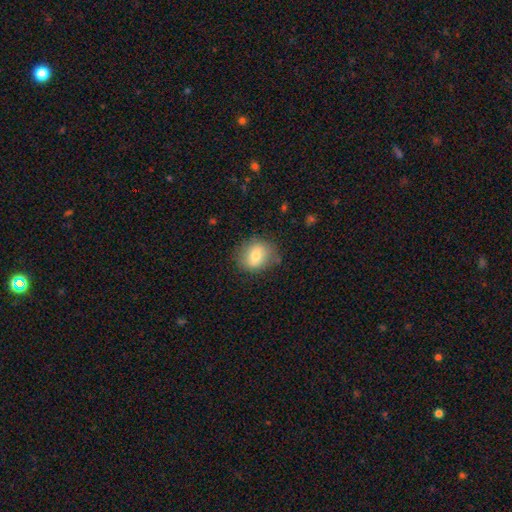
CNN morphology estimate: Smooth or featured: smooth — 74% (featured or disk — 18%)
How rounded: round — 56% (in between — 43%)
Merging: none — 76% (minor disturbance — 18%)